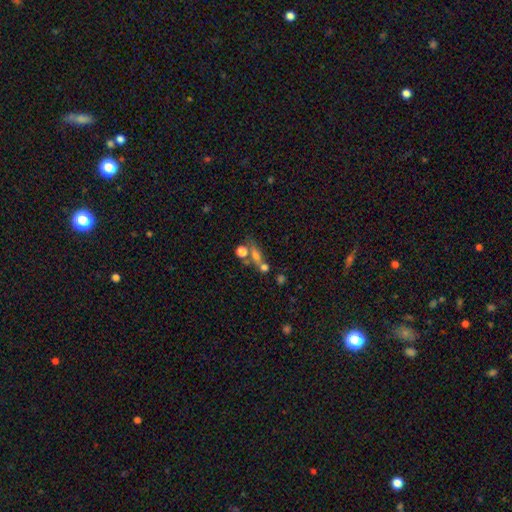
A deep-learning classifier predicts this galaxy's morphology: A smooth galaxy with no disk features (52%) that is in between round and cigar-shaped (40%). Merging: none (42%).